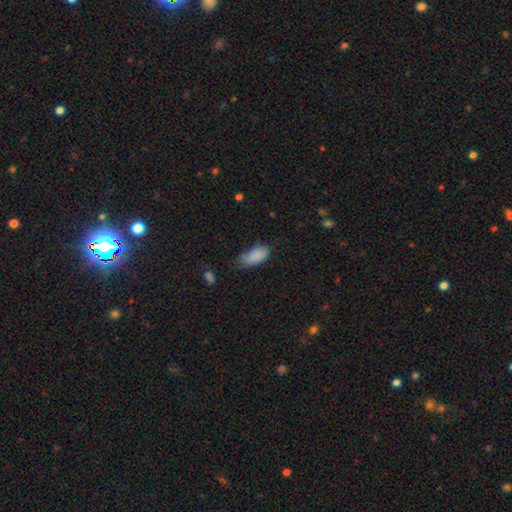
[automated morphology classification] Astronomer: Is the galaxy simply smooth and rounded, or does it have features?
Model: smooth — 86%.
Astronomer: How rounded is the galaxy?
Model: in between — 92%.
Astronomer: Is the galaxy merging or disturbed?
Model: none — 46% (runner-up: minor disturbance, 40%).